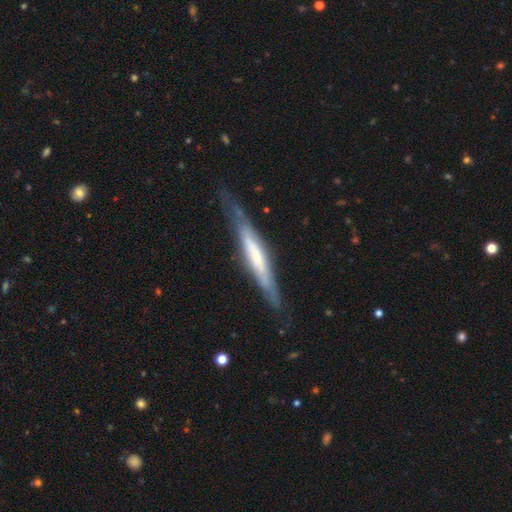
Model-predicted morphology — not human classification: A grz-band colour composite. It shows a featured or disk galaxy (65%) viewed edge-on (81%) with no central bulge (50%). Merging: none (70%).